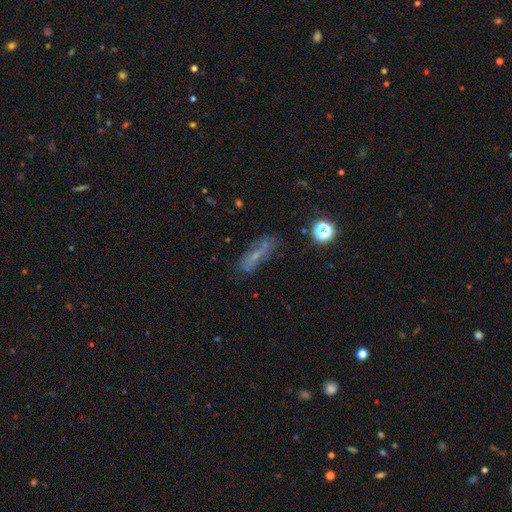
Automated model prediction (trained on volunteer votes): Smooth or featured?
  - featured or disk: 42% *
  - smooth: 37%
  - star or artifact: 21%
Merging?
  - none: 61% *
  - minor disturbance: 21%
  - major disturbance: 12%
  - merger: 6%